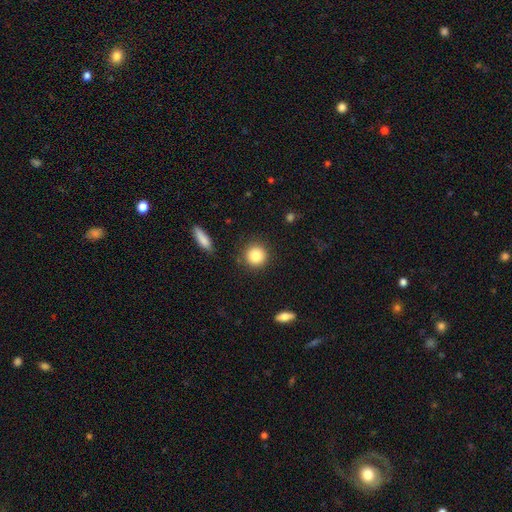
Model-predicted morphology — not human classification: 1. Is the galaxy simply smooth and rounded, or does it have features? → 86% smooth, 9% star or artifact, 6% featured or disk.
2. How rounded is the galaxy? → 91% round, 7% in between, 1% cigar-shaped.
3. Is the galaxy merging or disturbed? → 87% none, 8% minor disturbance, 3% major disturbance, 3% merger.